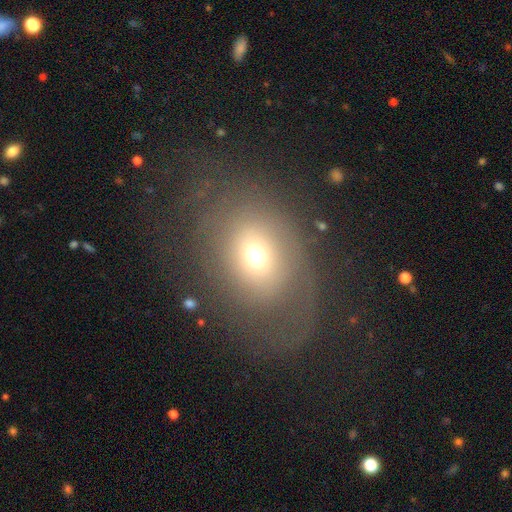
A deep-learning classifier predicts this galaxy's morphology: A smooth galaxy with no disk features (55%) that is round (62%). Merging: none (50%).